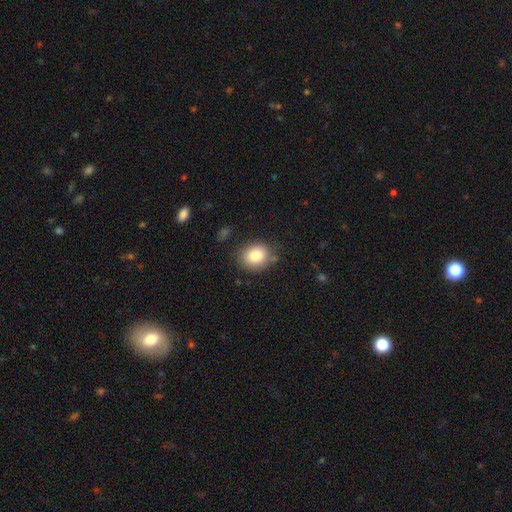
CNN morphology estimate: Smooth or featured? smooth (83%)
How rounded? round (55%)
Merging? none (79%)